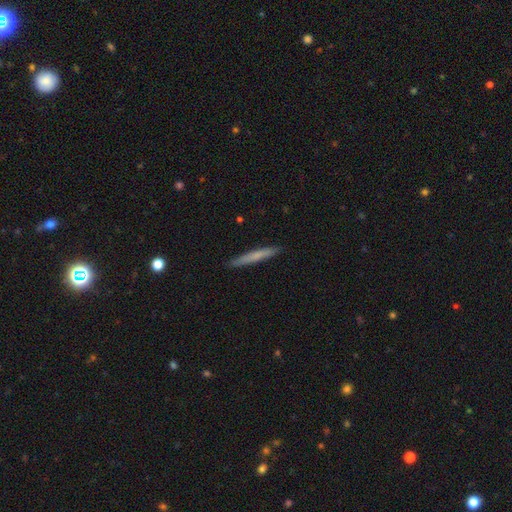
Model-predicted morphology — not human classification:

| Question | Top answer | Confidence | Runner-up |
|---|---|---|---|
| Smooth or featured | smooth | 66% | featured or disk (29%) |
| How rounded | cigar-shaped | 96% | in between (2%) |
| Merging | none | 90% | minor disturbance (7%) |